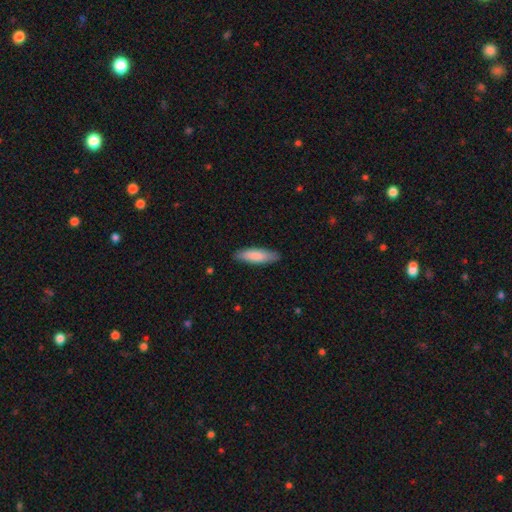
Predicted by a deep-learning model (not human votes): Smooth or featured?
  - smooth: 84% *
  - featured or disk: 11%
  - star or artifact: 5%
How rounded?
  - cigar-shaped: 57% *
  - in between: 42%
  - round: 1%
Merging?
  - none: 86% *
  - minor disturbance: 11%
  - major disturbance: 2%
  - merger: 1%